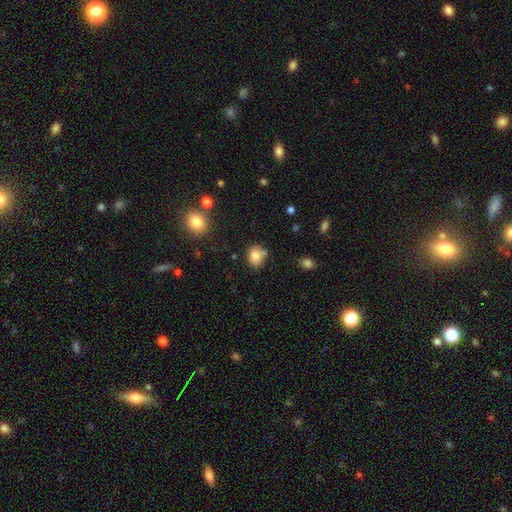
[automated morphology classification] Smooth or featured? smooth (82%)
How rounded? round (57%)
Merging? none (63%)